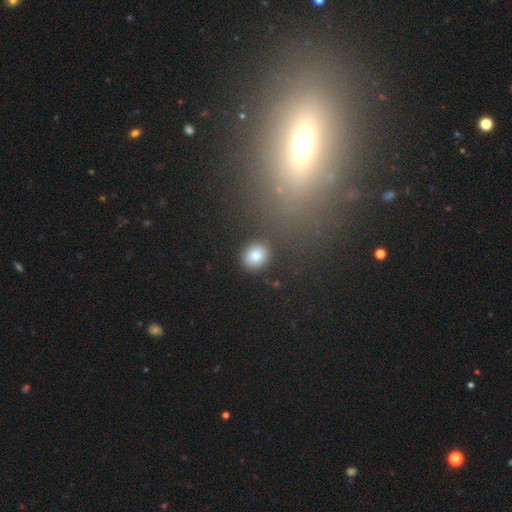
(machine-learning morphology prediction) type=smooth (83%); roundness=round (65%); merging=none (85%).